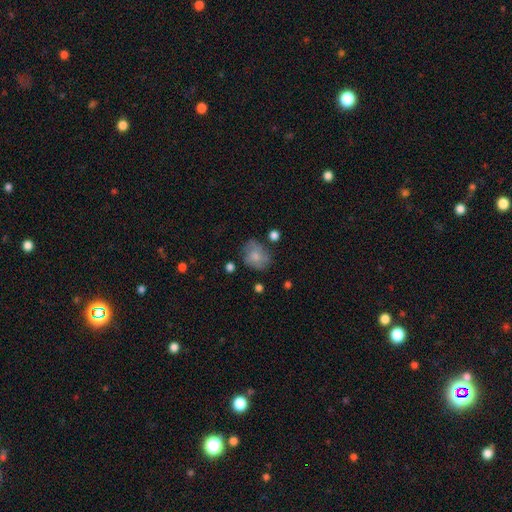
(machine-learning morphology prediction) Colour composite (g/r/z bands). It shows a smooth galaxy with no disk features (60%) that is round (55%). Merging: none (60%).